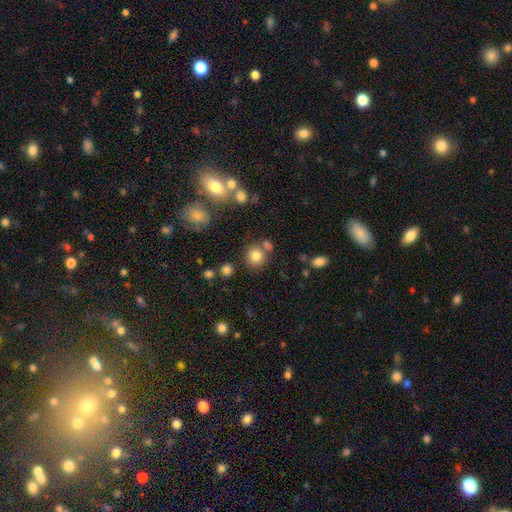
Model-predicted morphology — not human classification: Smooth or featured? Predicted: smooth (p=0.81). How rounded? Predicted: round (p=0.85). Merging? Predicted: none (p=0.70).